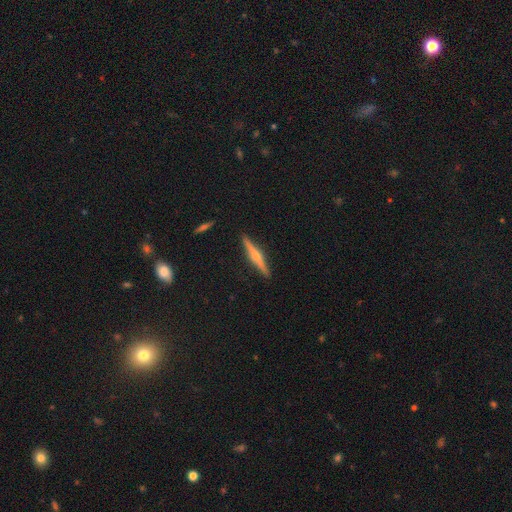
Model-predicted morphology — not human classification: featured or disk 65%, smooth 29%, star or artifact 6%. Down the decision tree: edge-on disk — yes (98%); edge-on bulge — rounded (83%); merging — none (91%).